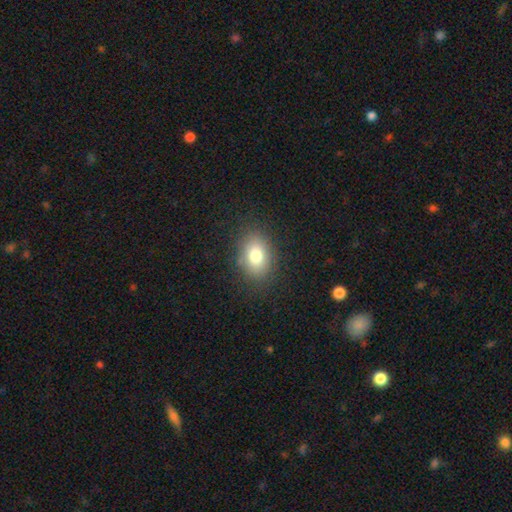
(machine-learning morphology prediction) smooth 79%, featured or disk 11%, star or artifact 10%. Down the decision tree: how rounded — in between (76%); merging — none (83%).